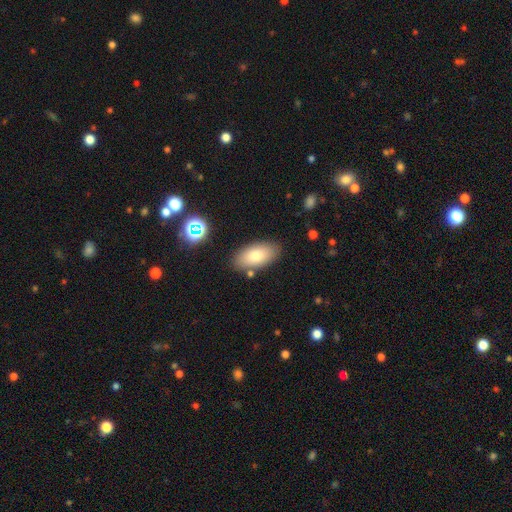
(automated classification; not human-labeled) Overall: smooth (79%). How rounded: in between (93%). Merging: none (82%).